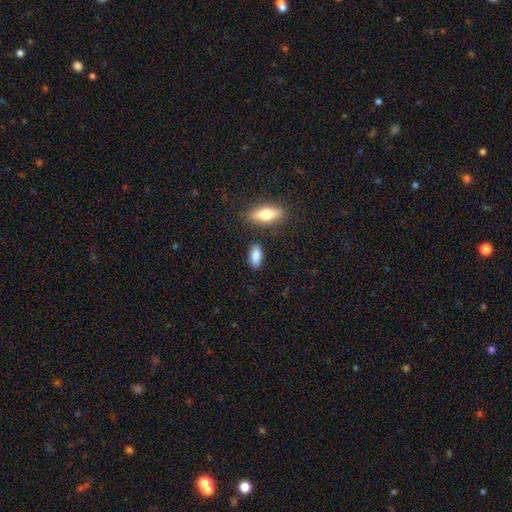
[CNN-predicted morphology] Q: Smooth or featured?
A: smooth (85%); runner-up: featured or disk (8%)
Q: How rounded?
A: in between (83%); runner-up: cigar-shaped (13%)
Q: Merging?
A: none (82%); runner-up: minor disturbance (11%)